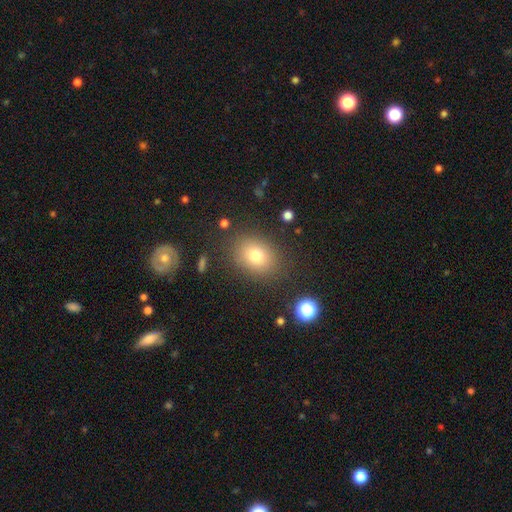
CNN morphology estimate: type=smooth (76%); roundness=in between (50%); merging=none (84%).